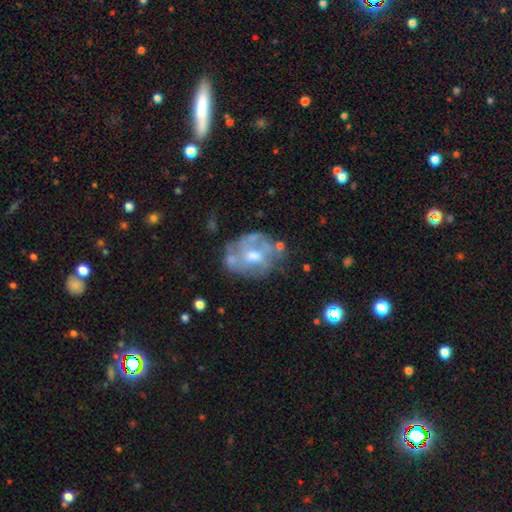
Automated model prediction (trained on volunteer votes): Morphology: type=featured or disk (62%); edge-on=no (97%); bar=no (68%); spiral arms=no (71%); bulge=moderate (62%); merging=none (46%).